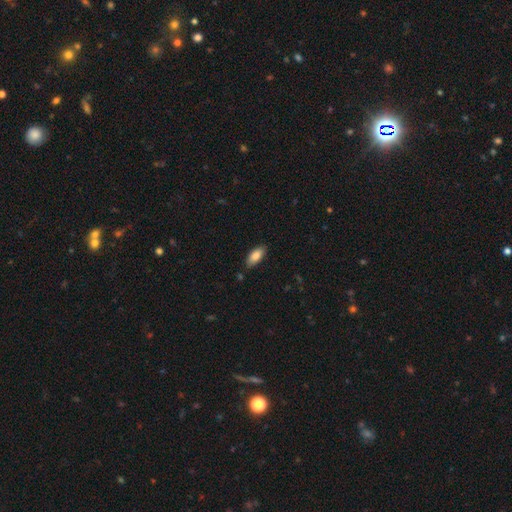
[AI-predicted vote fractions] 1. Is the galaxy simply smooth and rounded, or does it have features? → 84% smooth, 10% featured or disk, 7% star or artifact.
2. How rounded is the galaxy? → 85% in between, 13% cigar-shaped, 2% round.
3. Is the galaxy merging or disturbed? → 83% none, 13% minor disturbance, 2% major disturbance, 2% merger.